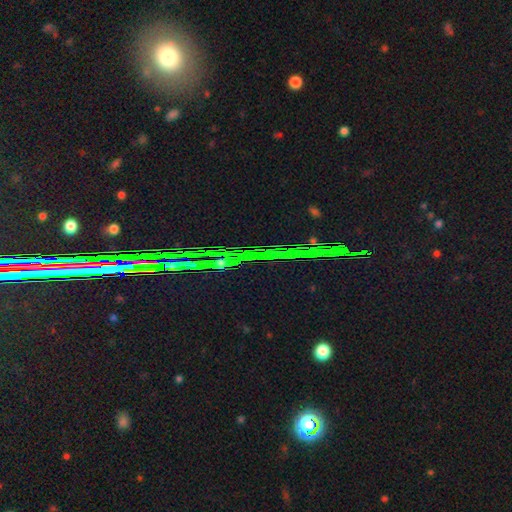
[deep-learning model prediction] The model was most divided on "smooth or featured": star or artifact: 79%, featured or disk: 12%, smooth: 9%.